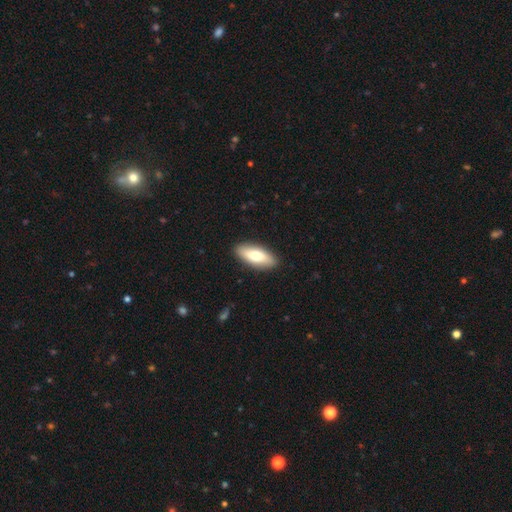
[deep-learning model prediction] This is likely a smooth galaxy (71%). How rounded: likely in between (75%). Merging: clearly none (90%).